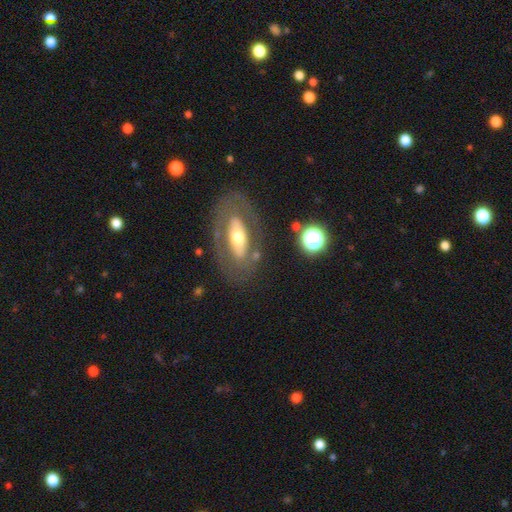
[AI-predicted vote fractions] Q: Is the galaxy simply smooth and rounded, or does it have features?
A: featured or disk — 61%.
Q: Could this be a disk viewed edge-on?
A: no — 85%.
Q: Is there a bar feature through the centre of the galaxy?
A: no — 65%.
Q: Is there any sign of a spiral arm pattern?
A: no — 80%.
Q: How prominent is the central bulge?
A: moderate — 62%.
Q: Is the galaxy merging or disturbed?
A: none — 75%.